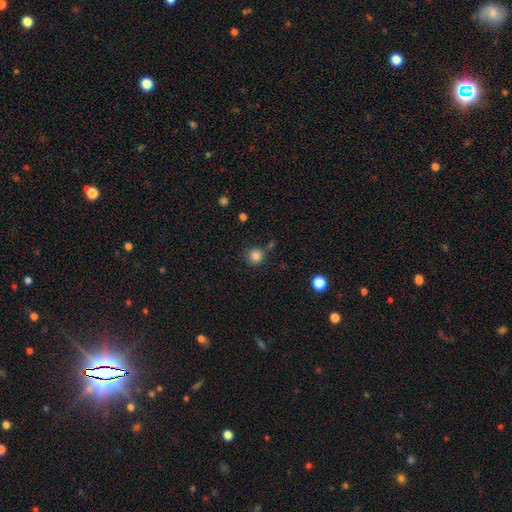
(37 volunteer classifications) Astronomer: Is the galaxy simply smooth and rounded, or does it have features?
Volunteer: smooth — 95%.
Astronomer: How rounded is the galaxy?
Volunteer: round — 94%.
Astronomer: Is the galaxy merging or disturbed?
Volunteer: none — 72%.